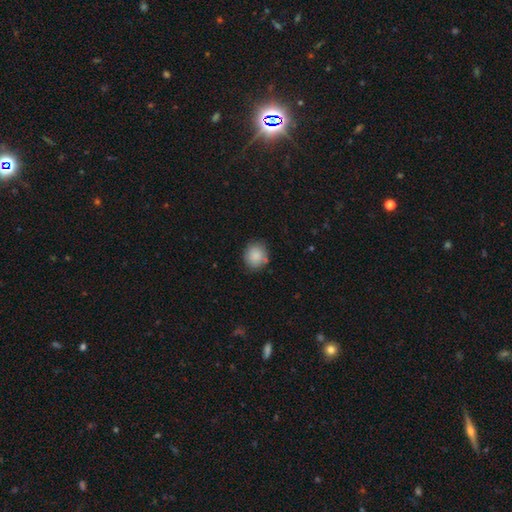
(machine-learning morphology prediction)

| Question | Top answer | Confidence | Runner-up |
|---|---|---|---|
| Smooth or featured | smooth | 87% | star or artifact (8%) |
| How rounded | round | 80% | in between (19%) |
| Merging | none | 81% | minor disturbance (13%) |